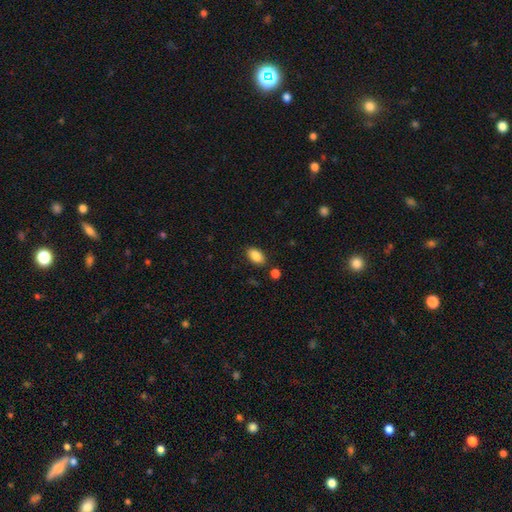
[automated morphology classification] type=smooth (88%); roundness=in between (92%); merging=none (84%).